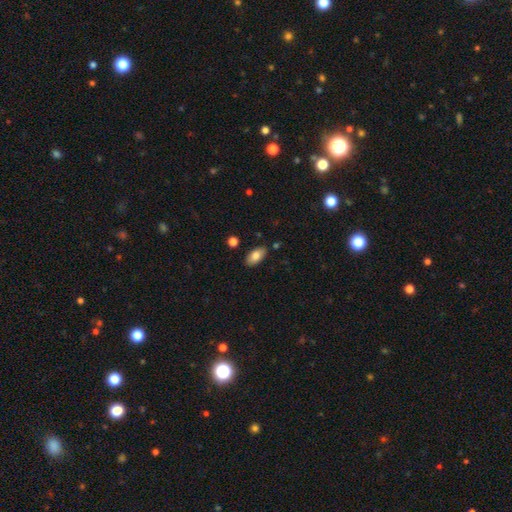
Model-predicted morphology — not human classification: smooth 81%, featured or disk 12%, star or artifact 7%. Down the decision tree: how rounded — in between (93%); merging — none (85%).